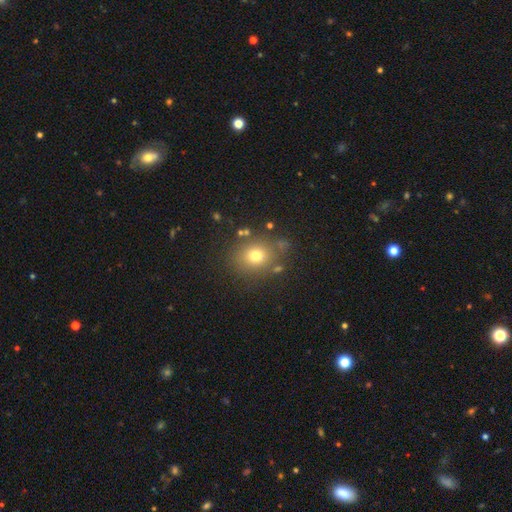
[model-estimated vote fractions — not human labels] Smooth or featured: smooth — 73% (star or artifact — 16%)
How rounded: round — 72% (in between — 28%)
Merging: none — 80% (minor disturbance — 11%)